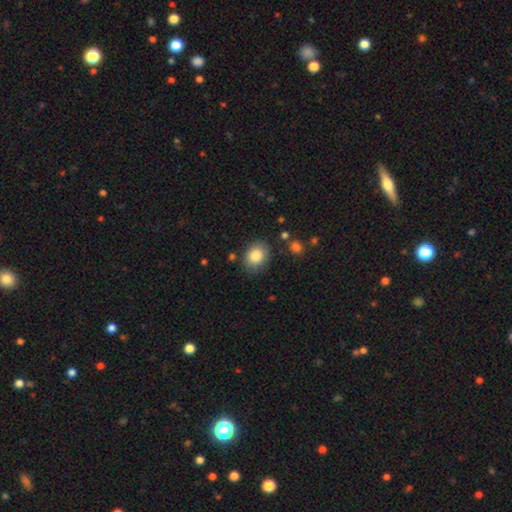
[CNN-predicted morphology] A smooth galaxy with no disk features (85%) that is in between round and cigar-shaped (54%). Merging: none (80%).